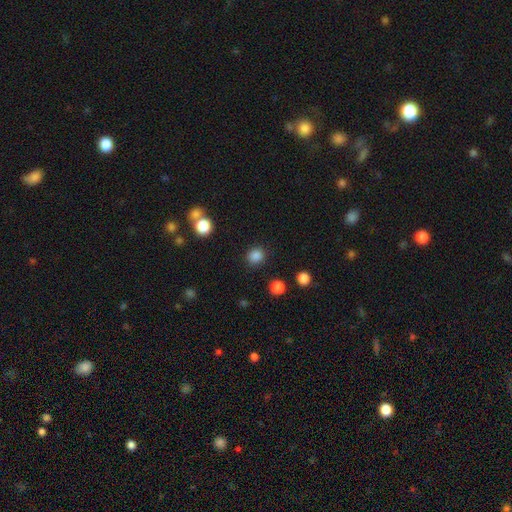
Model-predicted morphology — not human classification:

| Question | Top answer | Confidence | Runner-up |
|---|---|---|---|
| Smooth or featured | smooth | 84% | star or artifact (12%) |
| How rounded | round | 83% | in between (16%) |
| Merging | none | 88% | minor disturbance (7%) |